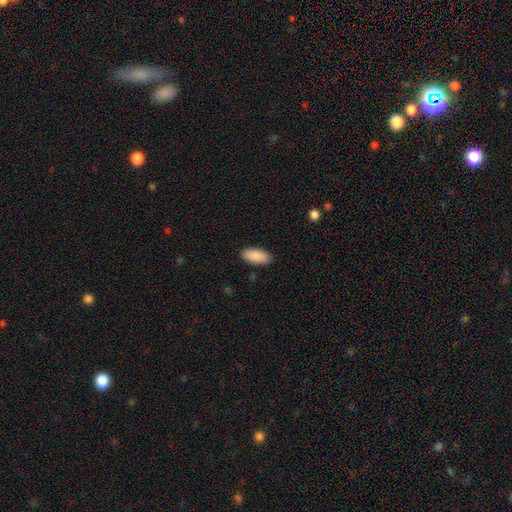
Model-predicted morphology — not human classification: Smooth or featured? Predicted: smooth (p=0.90). How rounded? Predicted: in between (p=0.91). Merging? Predicted: none (p=0.89).